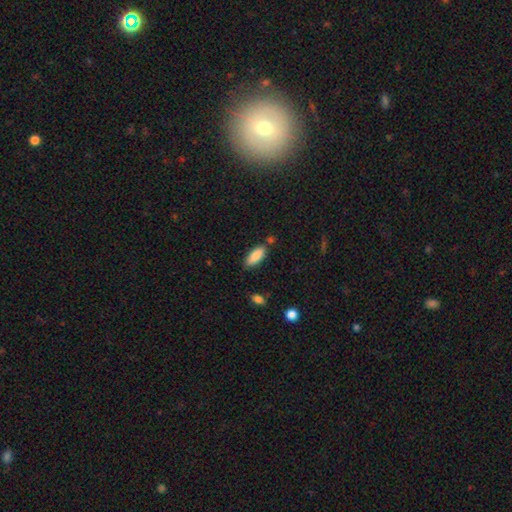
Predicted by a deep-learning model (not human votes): Morphology: type=smooth (86%); roundness=in between (75%); merging=none (78%).